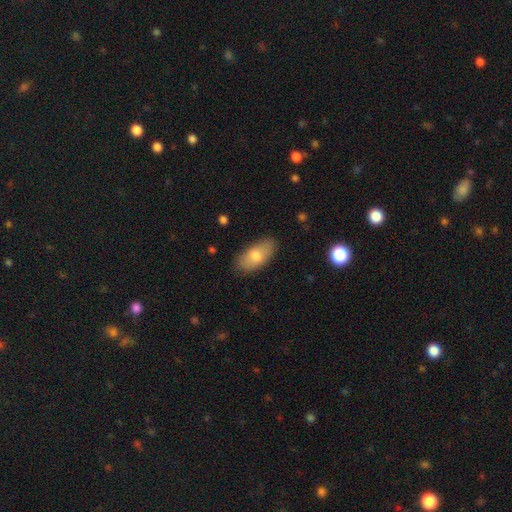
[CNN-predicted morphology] Overall: smooth (74%). How rounded: in between (90%). Merging: none (84%).